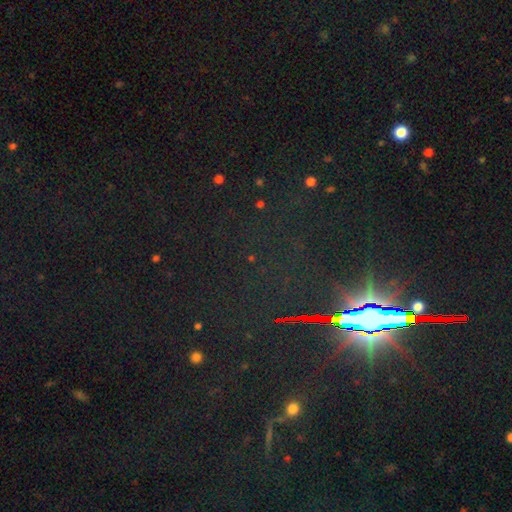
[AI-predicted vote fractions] This is clearly a star or artifact rather than a galaxy (83%).